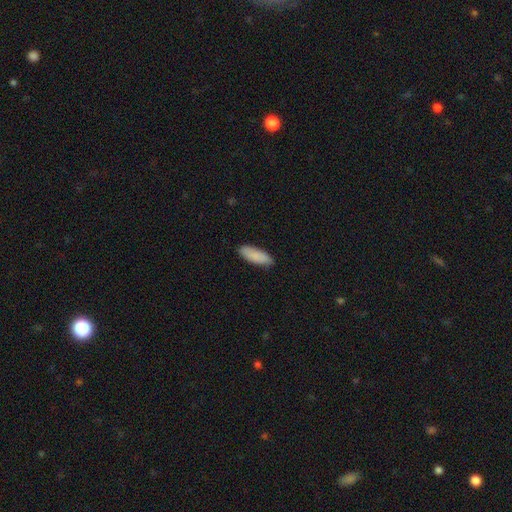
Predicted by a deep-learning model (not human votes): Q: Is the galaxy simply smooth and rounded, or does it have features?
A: smooth — 89%.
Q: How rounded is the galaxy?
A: in between — 65%.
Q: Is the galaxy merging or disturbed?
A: none — 87%.